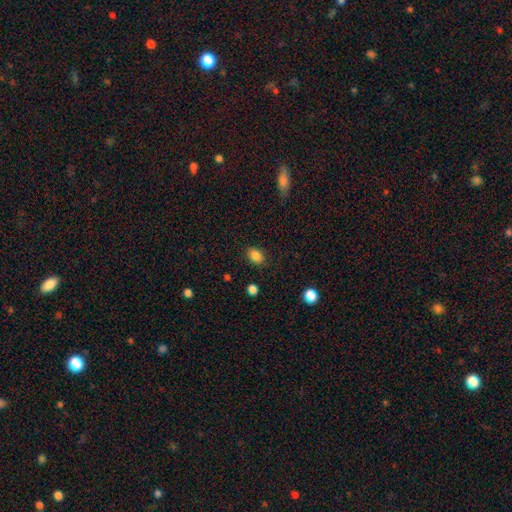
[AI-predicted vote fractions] Morphology: type=smooth (86%); roundness=in between (71%); merging=none (86%).